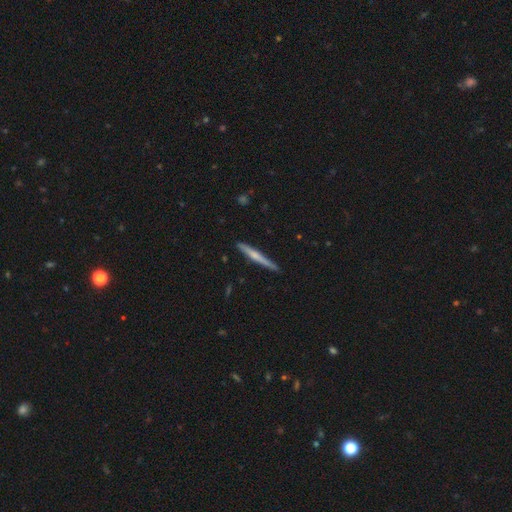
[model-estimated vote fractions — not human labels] Morphology: type=featured or disk (53%); edge-on=yes (97%); edge-on bulge=rounded (59%); merging=none (88%).